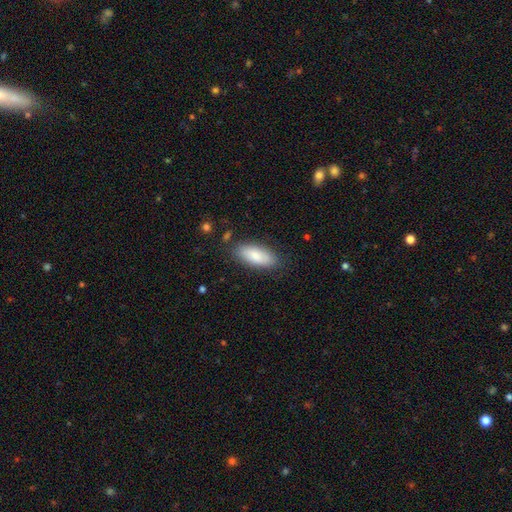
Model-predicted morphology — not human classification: A smooth galaxy with no disk features (83%) that is in between round and cigar-shaped (84%).

Vote fractions:
- Smooth or featured? smooth: 83% / featured or disk: 11% / star or artifact: 6%
- How rounded? in between: 84% / cigar-shaped: 15% / round: 2%
- Merging? none: 82% / minor disturbance: 13% / major disturbance: 3% / merger: 2%